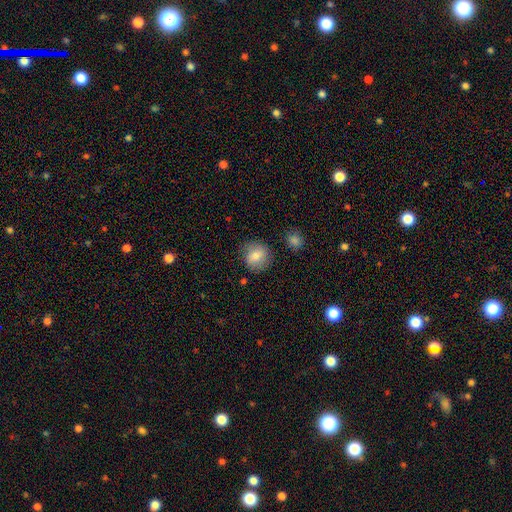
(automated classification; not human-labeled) smooth_or_featured: smooth (p=0.78) [alt: featured or disk p=0.14]
how_rounded: round (p=0.84) [alt: in between p=0.15]
merging: none (p=0.80) [alt: minor disturbance p=0.13]